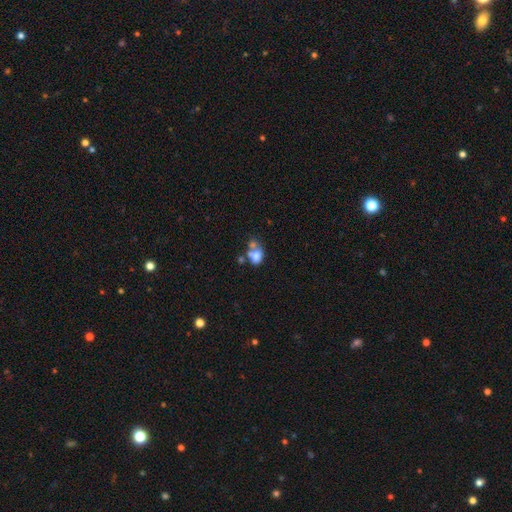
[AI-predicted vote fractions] Smooth or featured: smooth — 69% (featured or disk — 19%)
How rounded: in between — 59% (round — 40%)
Merging: merger — 47% (none — 32%)